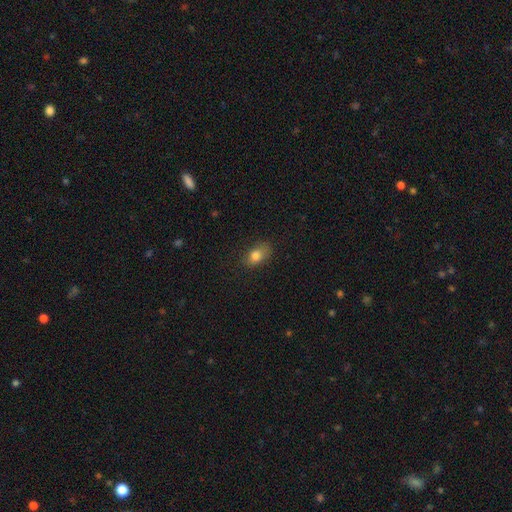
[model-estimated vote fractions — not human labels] Smooth or featured? smooth (81%)
How rounded? in between (81%)
Merging? none (70%)